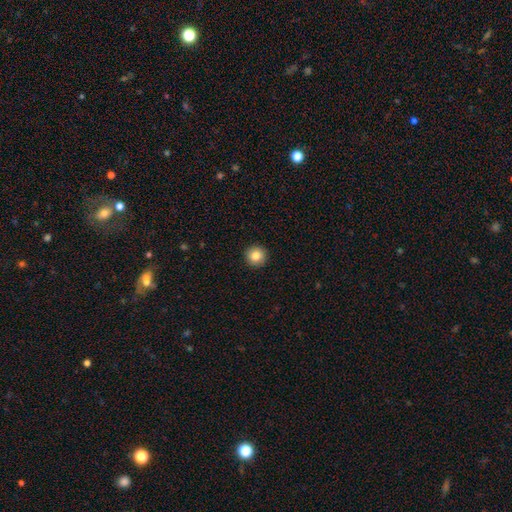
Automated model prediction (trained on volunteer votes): Morphology: type=smooth (85%); roundness=round (96%); merging=none (93%).